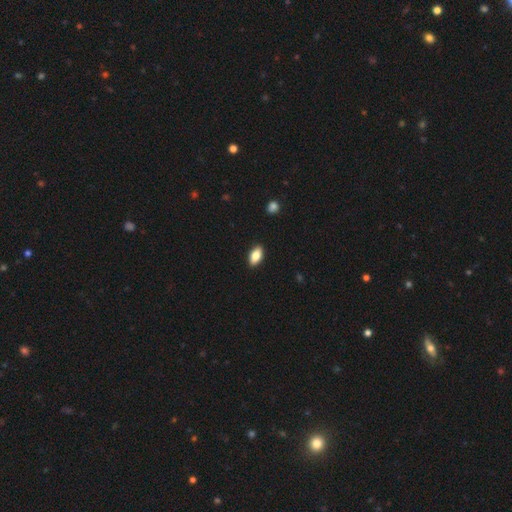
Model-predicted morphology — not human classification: This appears to be a smooth galaxy with no disk features (81%) that is in between round and cigar-shaped (91%). Merging: none (89%).